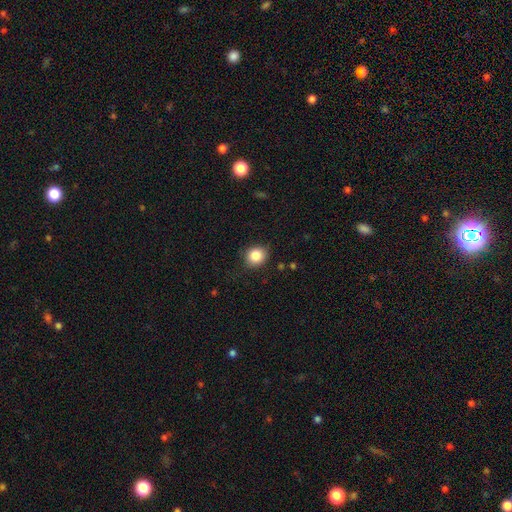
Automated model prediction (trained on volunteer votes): smooth-or-featured: smooth: 85% | star or artifact: 10% | featured or disk: 6%
  how-rounded: round: 80% | in between: 19% | cigar-shaped: 1%
  merging: none: 83% | minor disturbance: 12% | major disturbance: 3% | merger: 1%